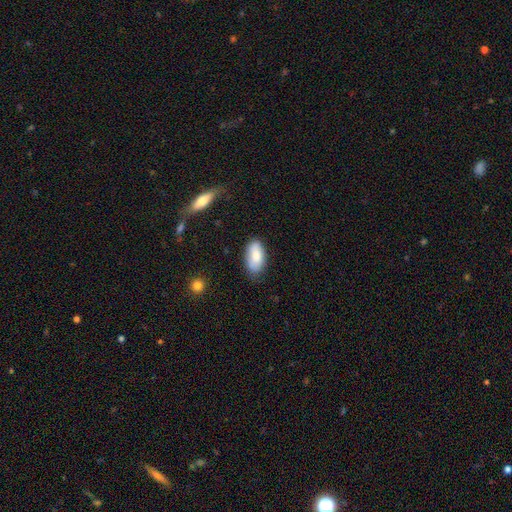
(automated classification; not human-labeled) smooth-or-featured: smooth: 78% | featured or disk: 16% | star or artifact: 6%
  how-rounded: in between: 93% | cigar-shaped: 4% | round: 3%
  merging: none: 74% | minor disturbance: 21% | major disturbance: 4% | merger: 2%